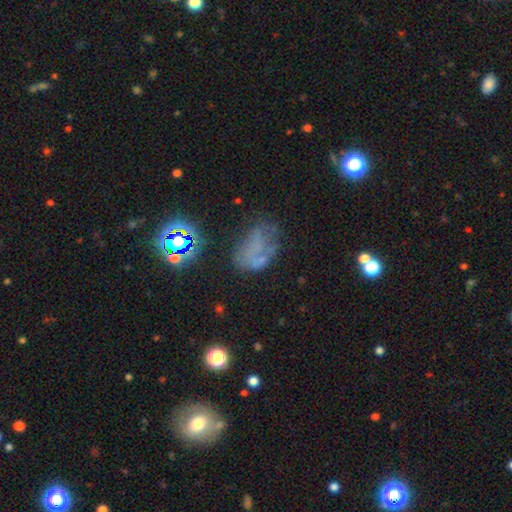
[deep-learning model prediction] Smooth or featured? Predicted: featured or disk (p=0.37). Merging? Predicted: none (p=0.39).